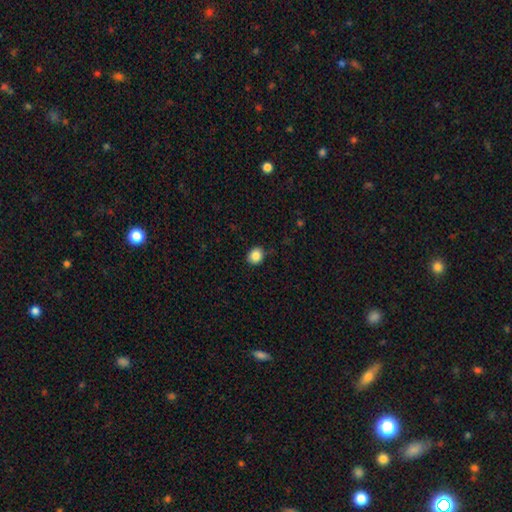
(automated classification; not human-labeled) Smooth or featured: smooth — 86% (star or artifact — 9%)
How rounded: round — 72% (in between — 27%)
Merging: none — 86% (minor disturbance — 11%)